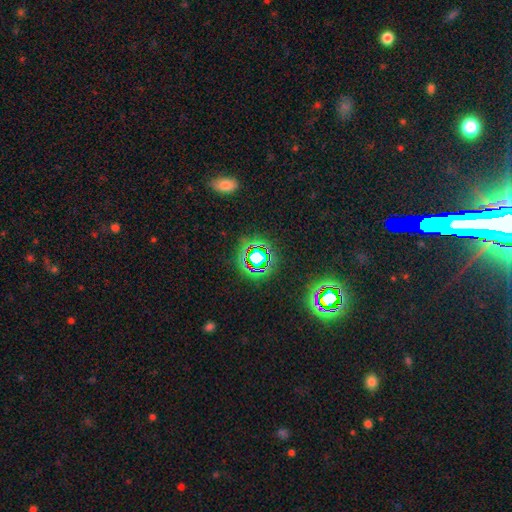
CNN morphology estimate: Smooth or featured?
  - star or artifact: 70% *
  - smooth: 18%
  - featured or disk: 11%